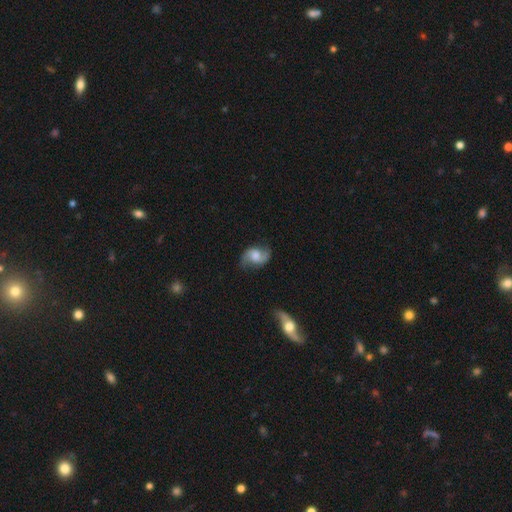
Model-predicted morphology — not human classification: smooth-or-featured: featured or disk: 75% | smooth: 18% | star or artifact: 7%
  disk-edge-on: no: 97% | yes: 3%
    bar: no: 52% | weak: 41% | strong: 7%
    has-spiral-arms: yes: 95% | no: 5%
      spiral-winding: loose: 52% | medium: 38% | tight: 10%
      spiral-arm-count: 2: 91% | can't tell: 3% | 1: 2% | 3: 1% | 4: 1% | more than 4: 1%
    bulge-size: moderate: 50% | small: 20% | large: 18% | none: 9% | dominant: 2%
  merging: none: 74% | minor disturbance: 18% | major disturbance: 6% | merger: 2%